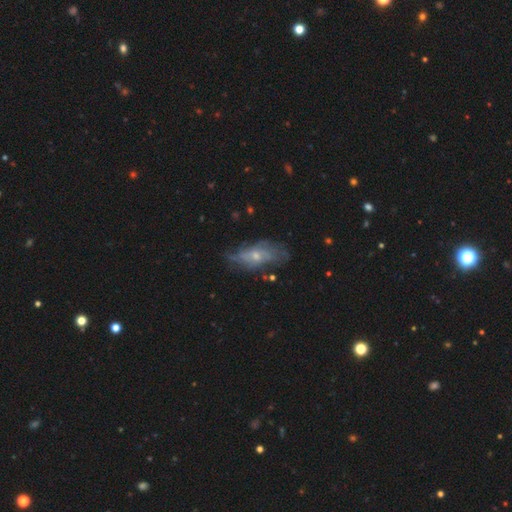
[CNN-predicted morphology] Smooth or featured: featured or disk — 63% (smooth — 29%)
Edge-on disk: no — 86% (yes — 14%)
Bar: no — 73% (weak — 23%)
Spiral arms: yes — 66% (no — 34%)
Bulge size: small — 61% (moderate — 33%)
Merging: none — 54% (minor disturbance — 28%)